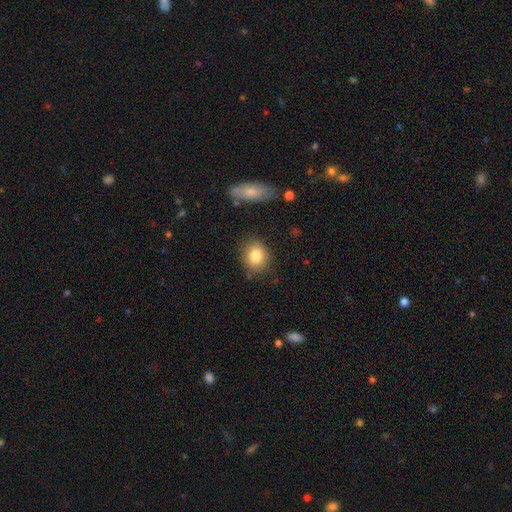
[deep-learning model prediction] smooth-or-featured: smooth: 83% | star or artifact: 9% | featured or disk: 8%
  how-rounded: round: 66% | in between: 33% | cigar-shaped: 1%
  merging: none: 82% | minor disturbance: 12% | major disturbance: 3% | merger: 3%